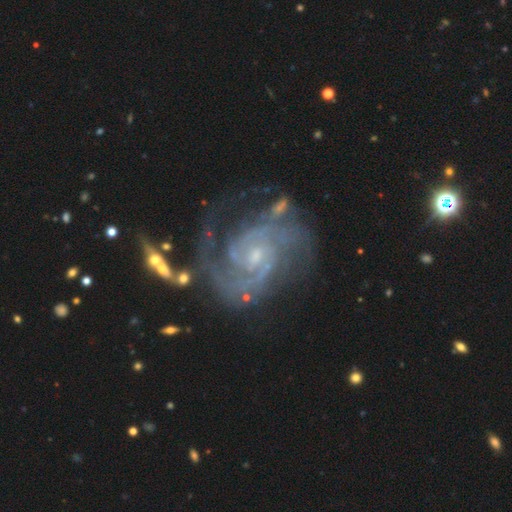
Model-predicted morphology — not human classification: type=featured or disk (91%); edge-on=no (98%); bar=no (54%); spiral arms=yes (98%); winding=tight (52%); arm count=2 (64%); bulge=small (72%); merging=none (63%).